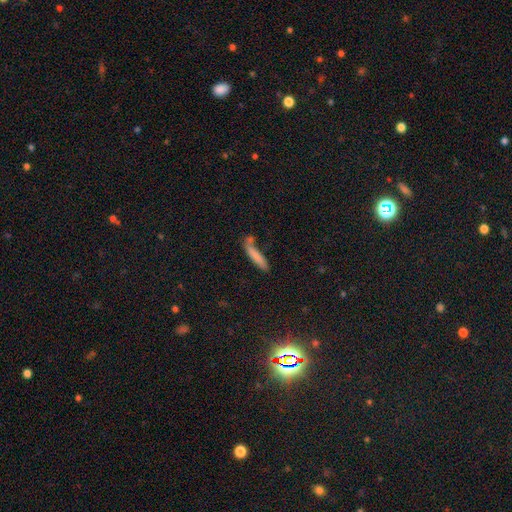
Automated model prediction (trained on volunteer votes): This appears to be a smooth galaxy with no disk features (76%) that is cigar-shaped (86%). Merging: none (56%).